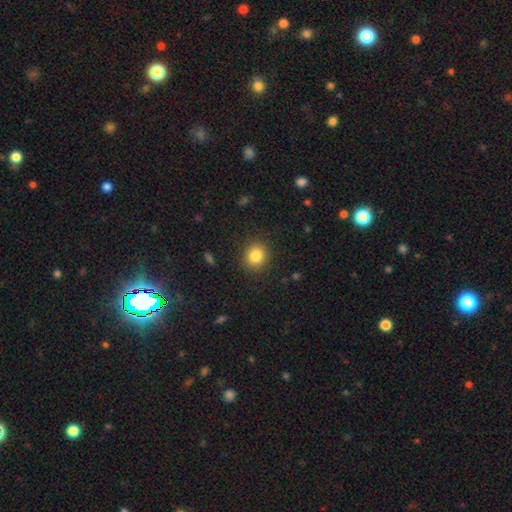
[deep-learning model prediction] A smooth galaxy with no disk features (84%) that is round (81%).

Vote fractions:
- Smooth or featured? smooth: 84% / star or artifact: 10% / featured or disk: 6%
- How rounded? round: 81% / in between: 18% / cigar-shaped: 1%
- Merging? none: 89% / minor disturbance: 7% / major disturbance: 3% / merger: 1%